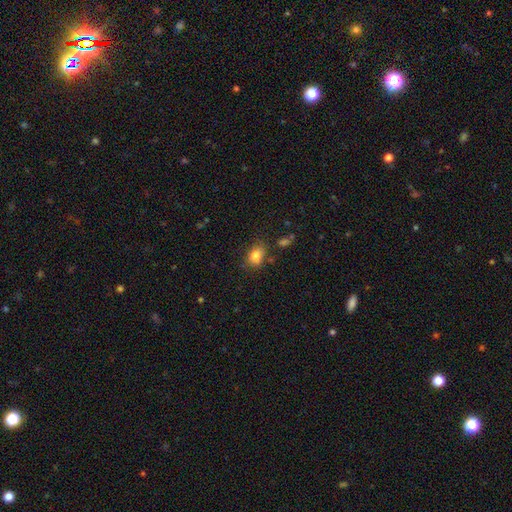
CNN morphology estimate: Overall: smooth (82%). How rounded: in between (62%; round 36%). Merging: none (72%).